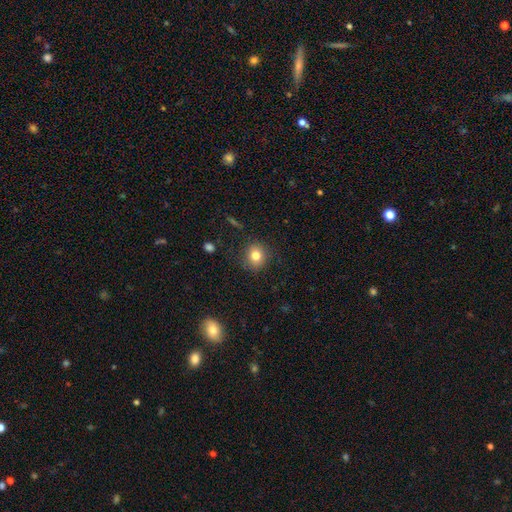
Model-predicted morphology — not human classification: This is likely a smooth galaxy (80%). How rounded: clearly round (82%). Merging: clearly none (87%).